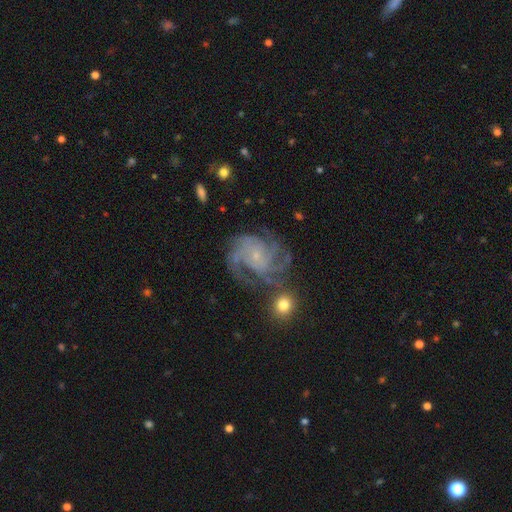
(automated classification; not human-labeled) Smooth or featured? featured or disk (88%)
Edge-on disk? no (98%)
Bar? no (73%)
Spiral arms? yes (98%)
Spiral winding? tight (53%)
Spiral arm count? 4 (31%)
Bulge size? small (81%)
Merging? none (66%)